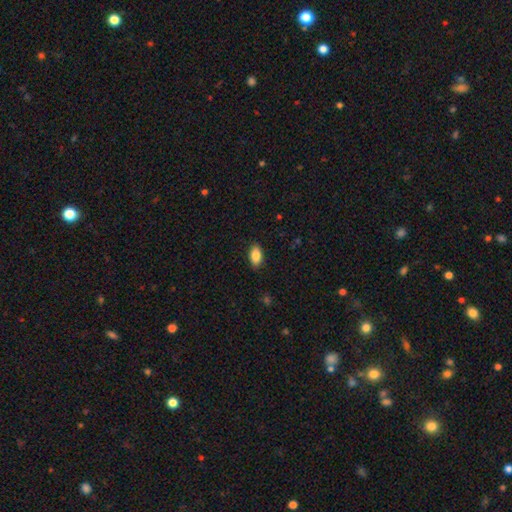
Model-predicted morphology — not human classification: Smooth or featured? Predicted: smooth (p=0.84). How rounded? Predicted: in between (p=0.92). Merging? Predicted: none (p=0.88).